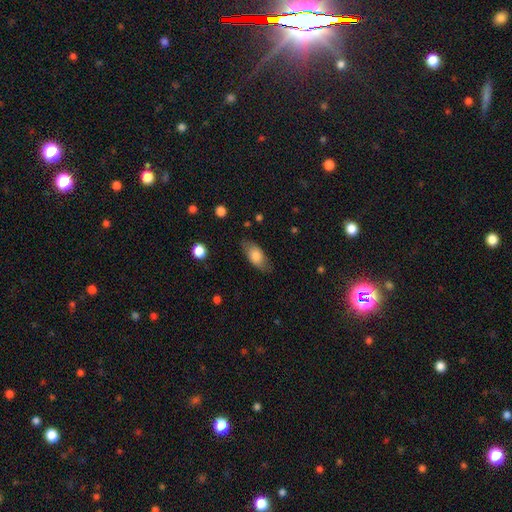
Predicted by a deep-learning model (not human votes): This is likely a smooth galaxy (77%). How rounded: clearly in between (86%). Merging: likely none (77%).